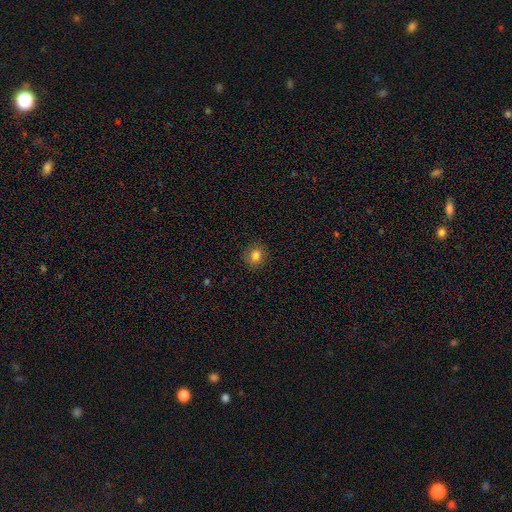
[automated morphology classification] Smooth or featured? smooth (81%)
How rounded? round (78%)
Merging? none (88%)